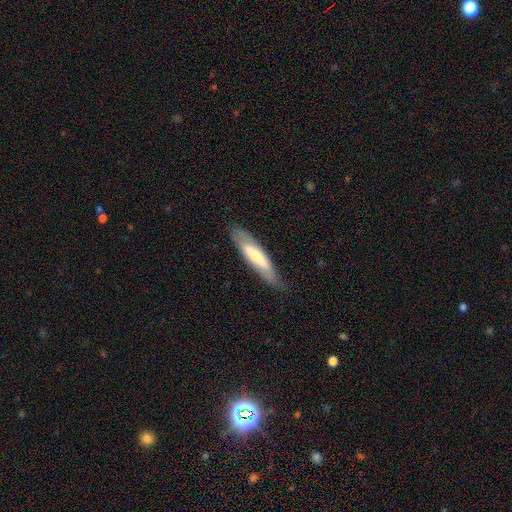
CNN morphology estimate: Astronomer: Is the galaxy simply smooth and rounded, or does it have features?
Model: smooth — 55% (runner-up: featured or disk, 39%).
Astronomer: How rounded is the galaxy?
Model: cigar-shaped — 77%.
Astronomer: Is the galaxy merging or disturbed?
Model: none — 77%.